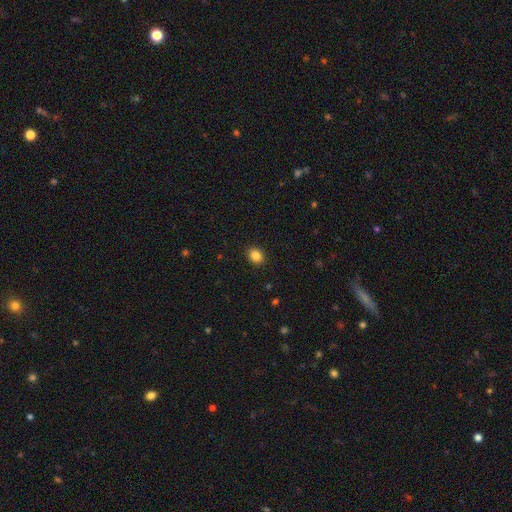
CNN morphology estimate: The model was most divided on "how rounded": round: 61%, in between: 38%, cigar-shaped: 1%. More confident: merging — none (91%); smooth or featured — smooth (85%).